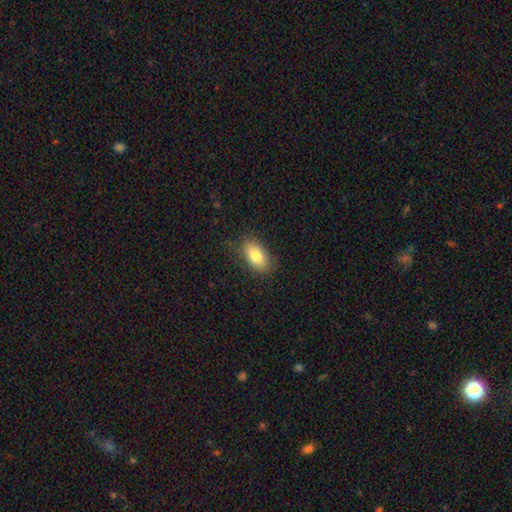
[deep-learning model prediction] Morphology: type=smooth (81%); roundness=in between (91%); merging=none (84%).